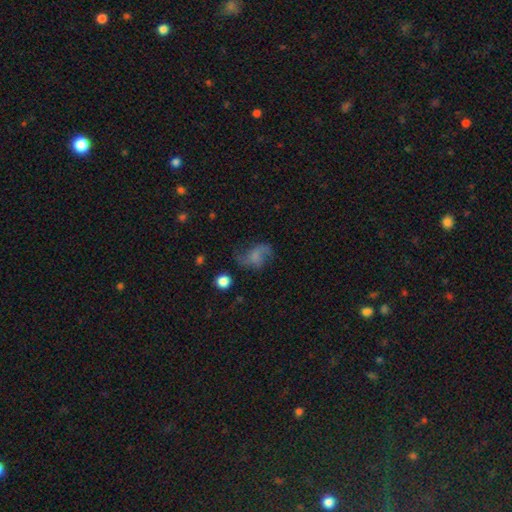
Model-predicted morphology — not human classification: Overall: featured or disk (56%; smooth 30%). Edge-on disk: no (97%). Bar: no (65%; weak 28%). Spiral arms: yes (84%). Bulge size: none (62%). Merging: none (53%; major disturbance 22%).